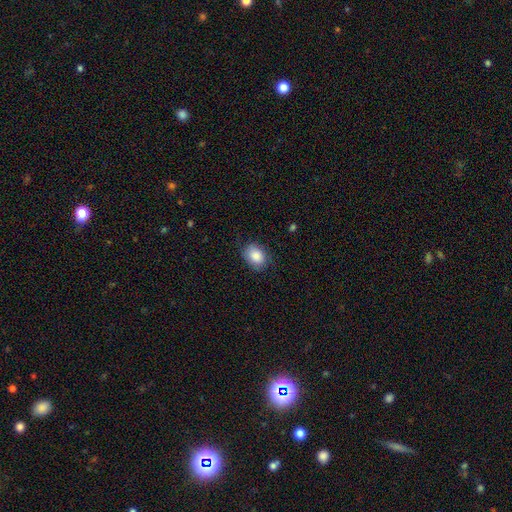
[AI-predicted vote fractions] Smooth or featured: smooth — 87% (star or artifact — 8%)
How rounded: in between — 64% (round — 35%)
Merging: none — 78% (minor disturbance — 18%)